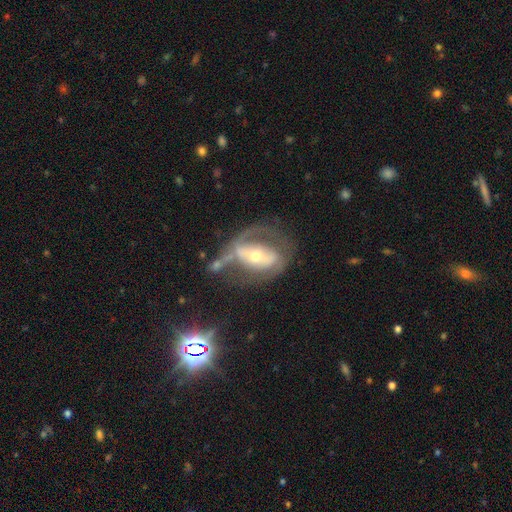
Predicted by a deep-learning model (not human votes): Smooth or featured?
  - featured or disk: 76% *
  - smooth: 16%
  - star or artifact: 8%
Edge-on disk?
  - no: 93% *
  - yes: 7%
Bar?
  - strong: 45% *
  - no: 28%
  - weak: 27%
Spiral arms?
  - yes: 67% *
  - no: 33%
Bulge size?
  - moderate: 55% *
  - small: 38%
  - large: 4%
  - none: 1%
  - dominant: 1%
Merging?
  - none: 36% *
  - major disturbance: 32%
  - minor disturbance: 21%
  - merger: 11%